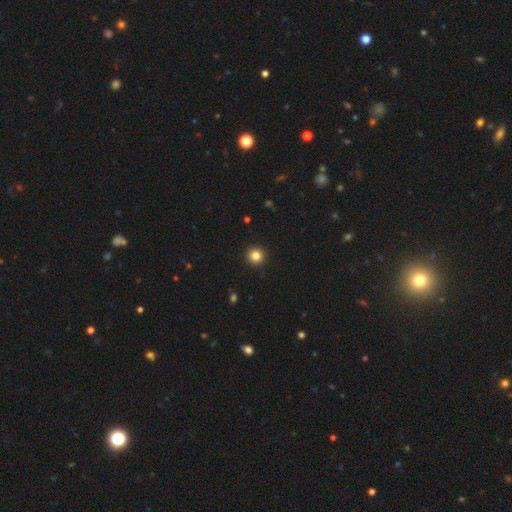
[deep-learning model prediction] A smooth galaxy with no disk features (83%) that is round (96%). Merging: none (94%).